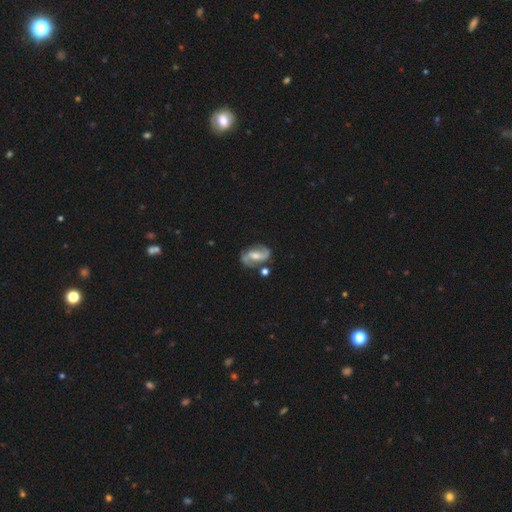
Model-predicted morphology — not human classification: This appears to be a featured or disk galaxy (84%) with a weak bar (41%), 2 (92%) medium (45%) spiral arms (95%) and a moderate central bulge (54%). Merging: none (73%).